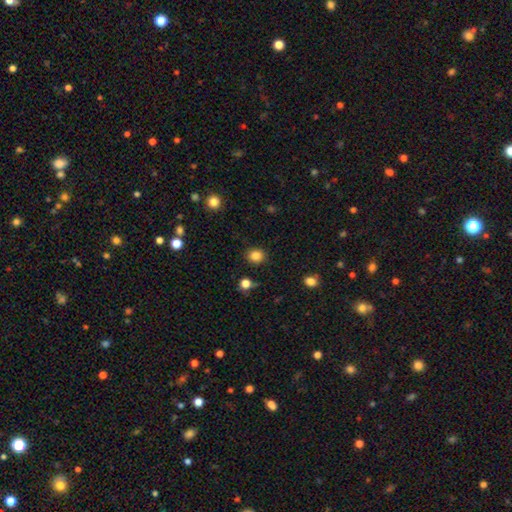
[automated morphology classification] Smooth or featured: smooth — 85% (star or artifact — 11%)
How rounded: round — 79% (in between — 20%)
Merging: none — 88% (minor disturbance — 7%)